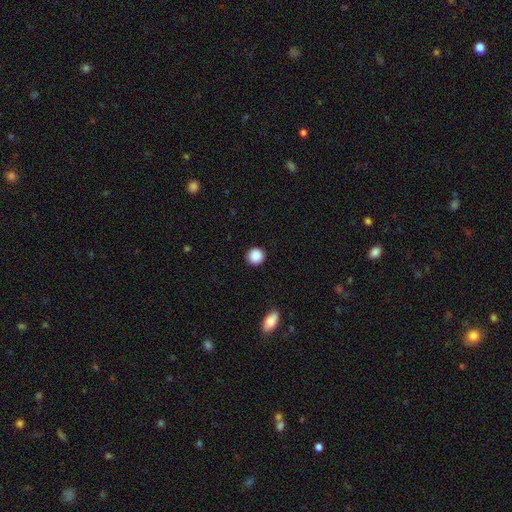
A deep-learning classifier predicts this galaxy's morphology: smooth_or_featured: smooth (p=0.89) [alt: star or artifact p=0.08]
how_rounded: round (p=0.94) [alt: in between p=0.05]
merging: none (p=0.92) [alt: minor disturbance p=0.05]